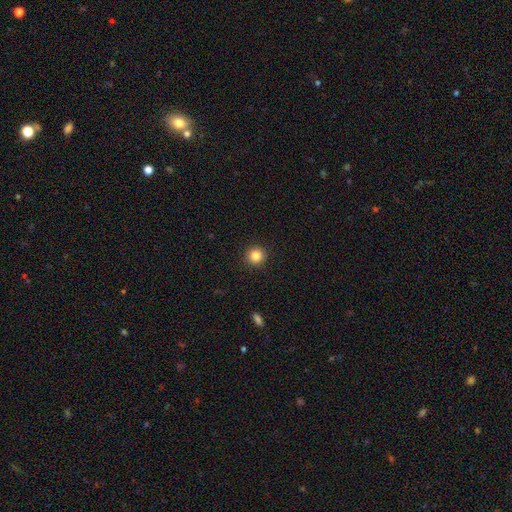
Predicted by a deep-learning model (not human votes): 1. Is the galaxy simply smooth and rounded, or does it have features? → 84% smooth, 11% star or artifact, 5% featured or disk.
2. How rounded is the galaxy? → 94% round, 5% in between, 1% cigar-shaped.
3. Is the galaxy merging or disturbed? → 92% none, 5% minor disturbance, 2% major disturbance, 1% merger.